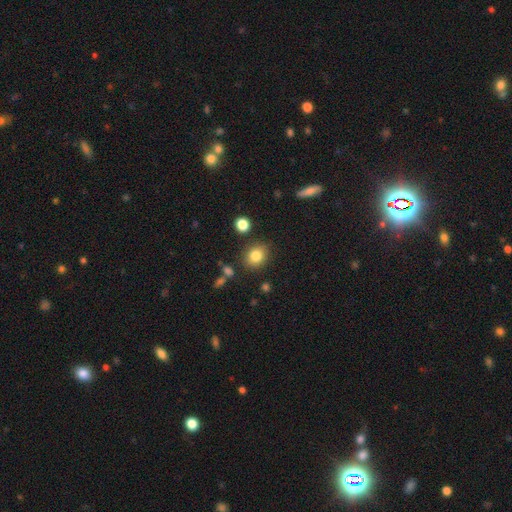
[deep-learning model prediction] This appears to be a smooth galaxy with no disk features (82%) that is round (68%). Merging: none (83%).